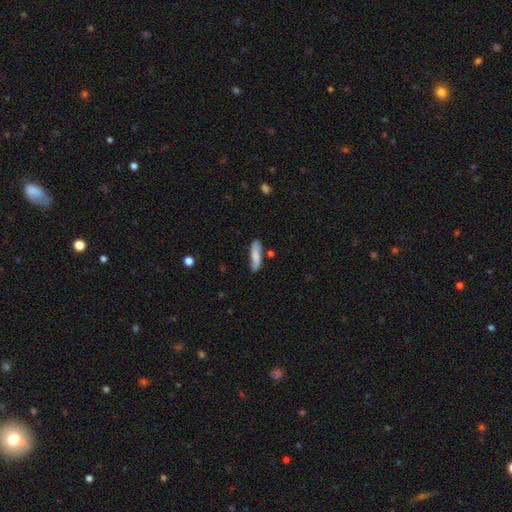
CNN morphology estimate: Smooth or featured? Predicted: smooth (p=0.78). How rounded? Predicted: cigar-shaped (p=0.67). Merging? Predicted: none (p=0.78).